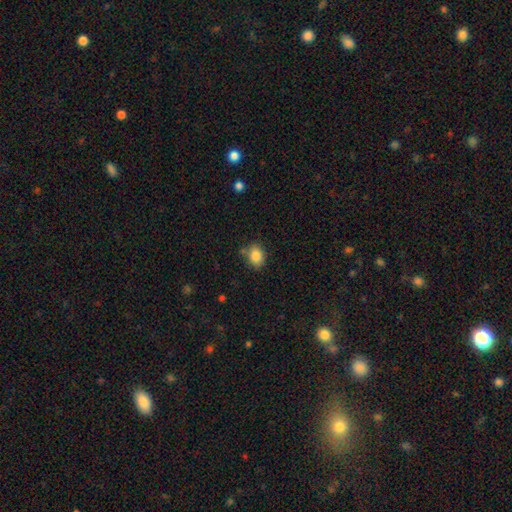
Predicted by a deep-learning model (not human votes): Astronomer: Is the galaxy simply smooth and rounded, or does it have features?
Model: smooth — 85%.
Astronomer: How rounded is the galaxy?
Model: in between — 63%.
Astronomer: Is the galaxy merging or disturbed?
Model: none — 74%.